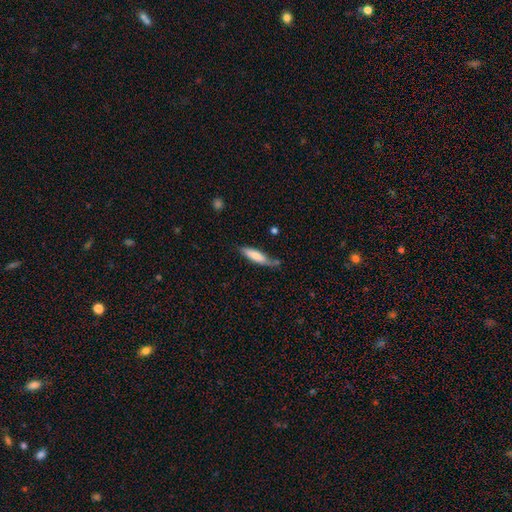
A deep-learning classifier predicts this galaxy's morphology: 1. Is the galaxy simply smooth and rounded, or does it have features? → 76% smooth, 19% featured or disk, 6% star or artifact.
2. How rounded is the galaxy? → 69% cigar-shaped, 30% in between, 1% round.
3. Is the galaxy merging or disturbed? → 61% none, 26% minor disturbance, 7% merger, 6% major disturbance.